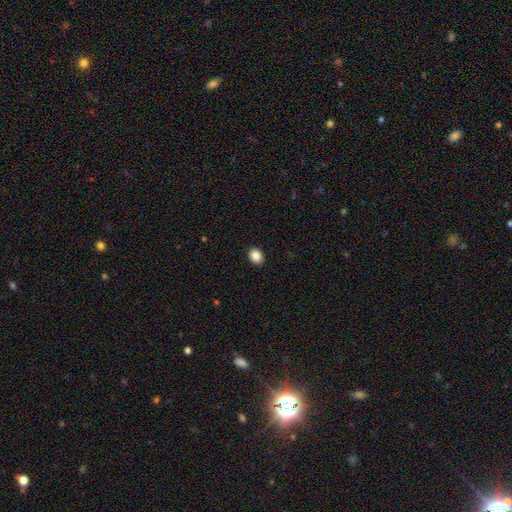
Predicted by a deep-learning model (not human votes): A smooth galaxy with no disk features (88%) that is in between round and cigar-shaped (57%). Merging: none (91%).